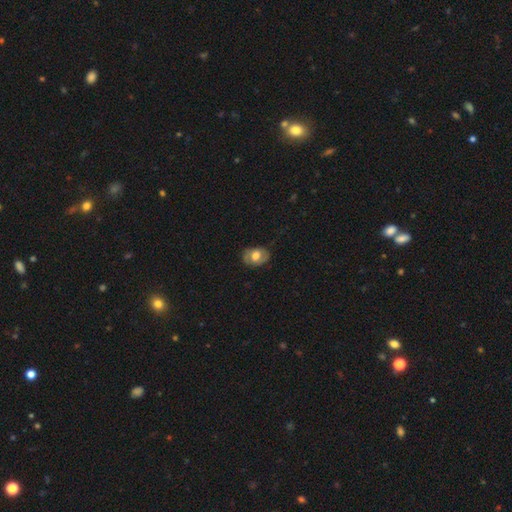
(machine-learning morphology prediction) A smooth galaxy with no disk features (57%) that is in between round and cigar-shaped (76%).

Vote fractions:
- Smooth or featured? smooth: 57% / featured or disk: 36% / star or artifact: 7%
- How rounded? in between: 76% / round: 23% / cigar-shaped: 1%
- Merging? none: 76% / minor disturbance: 18% / major disturbance: 5% / merger: 1%